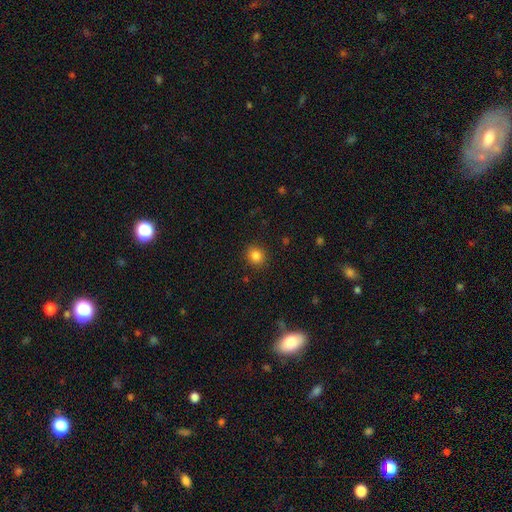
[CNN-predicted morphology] smooth 83%, star or artifact 12%, featured or disk 5%. Down the decision tree: how rounded — round (80%); merging — none (90%).